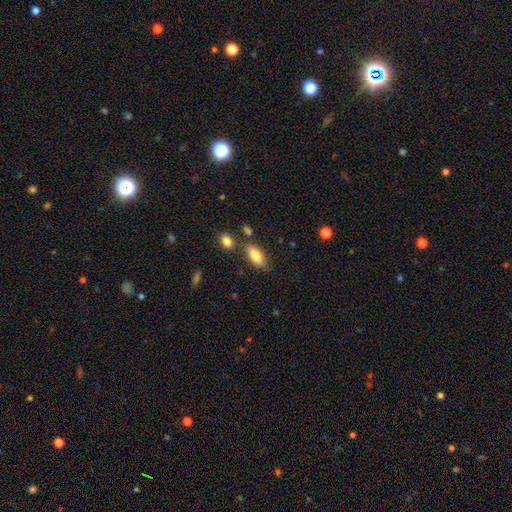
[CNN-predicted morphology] A smooth galaxy with no disk features (77%) that is in between round and cigar-shaped (78%). Merging: none (73%).